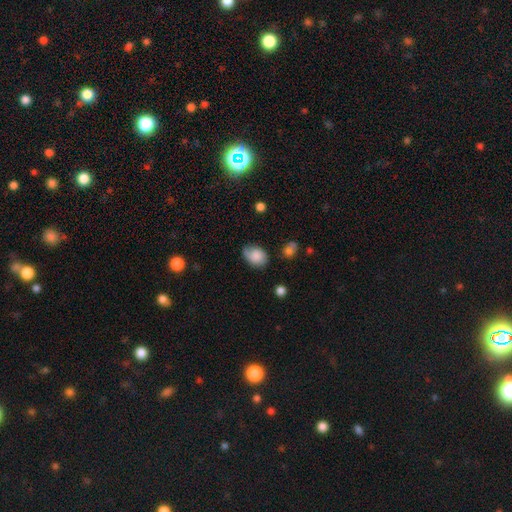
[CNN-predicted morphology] Smooth or featured?
  - smooth: 74% *
  - featured or disk: 18%
  - star or artifact: 8%
How rounded?
  - in between: 71% *
  - round: 28%
  - cigar-shaped: 1%
Merging?
  - none: 57% *
  - minor disturbance: 31%
  - major disturbance: 9%
  - merger: 3%